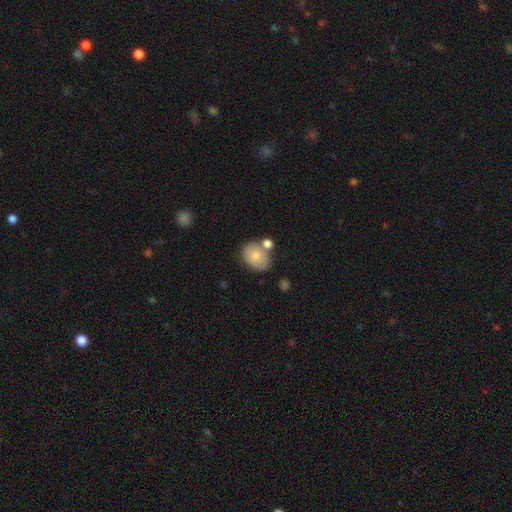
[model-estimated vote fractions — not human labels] Smooth or featured?
  - smooth: 75% *
  - featured or disk: 17%
  - star or artifact: 8%
How rounded?
  - in between: 67% *
  - round: 32%
  - cigar-shaped: 1%
Merging?
  - none: 58% *
  - merger: 21%
  - minor disturbance: 16%
  - major disturbance: 5%